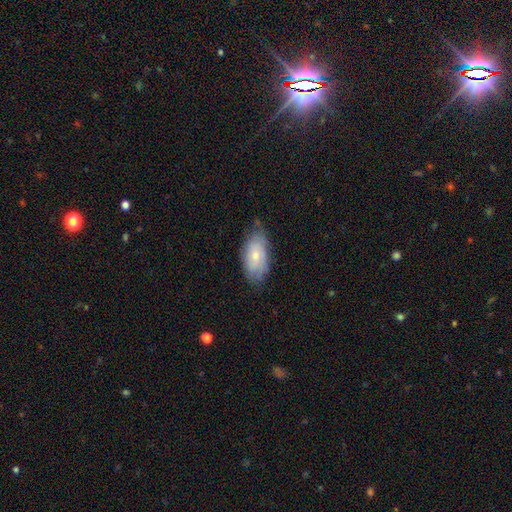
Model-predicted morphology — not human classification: Smooth or featured? smooth (59%)
How rounded? in between (91%)
Merging? none (67%)